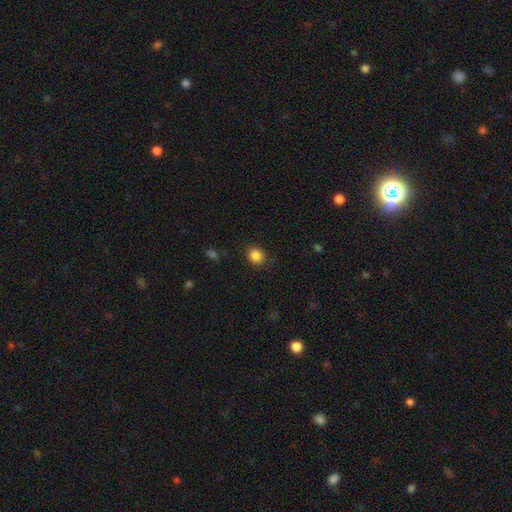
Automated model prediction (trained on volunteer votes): smooth-or-featured: smooth: 85% | star or artifact: 10% | featured or disk: 4%
  how-rounded: round: 71% | in between: 28% | cigar-shaped: 1%
  merging: none: 88% | minor disturbance: 8% | major disturbance: 2% | merger: 1%